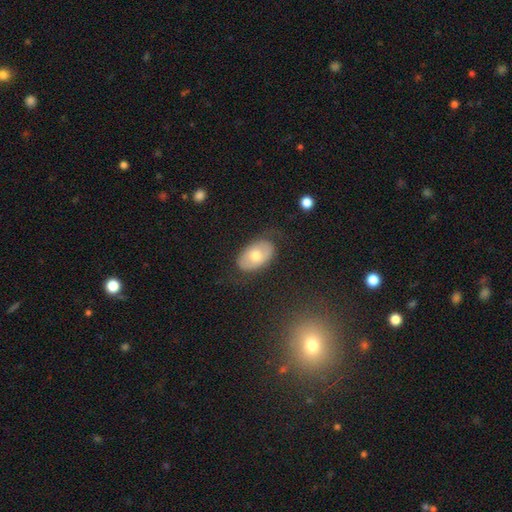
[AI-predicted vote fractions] Smooth or featured: smooth — 59% (featured or disk — 33%)
How rounded: in between — 92% (round — 7%)
Merging: none — 76% (minor disturbance — 16%)